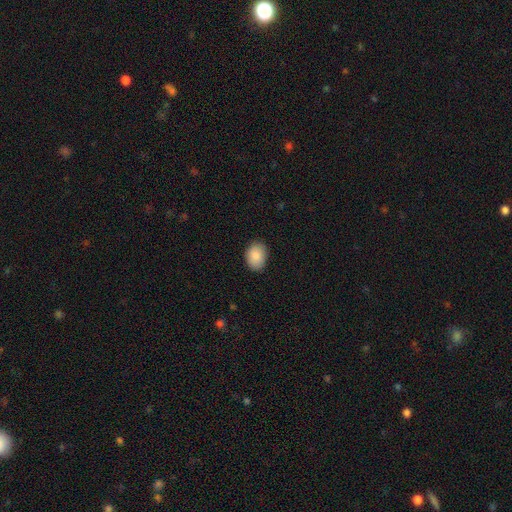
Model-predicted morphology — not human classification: A smooth galaxy with no disk features (86%) that is in between round and cigar-shaped (73%).

Vote fractions:
- Smooth or featured? smooth: 86% / star or artifact: 7% / featured or disk: 7%
- How rounded? in between: 73% / round: 26% / cigar-shaped: 1%
- Merging? none: 86% / minor disturbance: 11% / major disturbance: 2% / merger: 1%